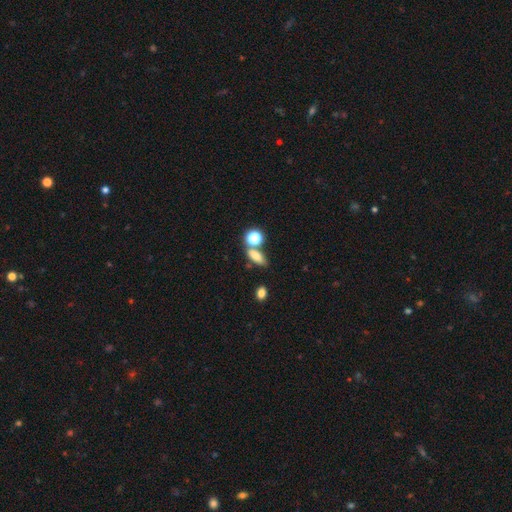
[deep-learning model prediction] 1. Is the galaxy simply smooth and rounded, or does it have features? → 72% smooth, 15% star or artifact, 13% featured or disk.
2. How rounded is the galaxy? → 70% in between, 16% round, 14% cigar-shaped.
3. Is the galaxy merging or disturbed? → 59% none, 23% merger, 12% minor disturbance, 5% major disturbance.